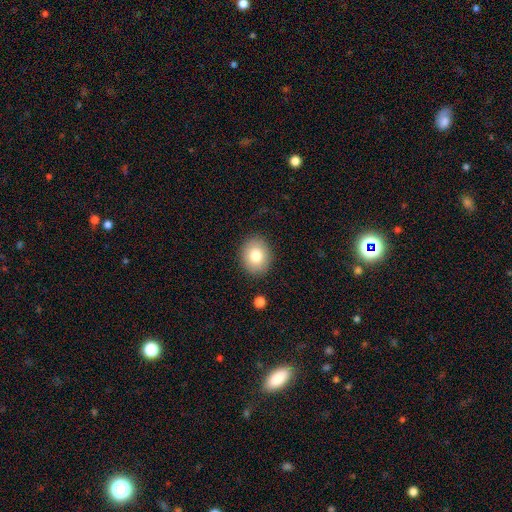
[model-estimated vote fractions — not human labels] This appears to be a smooth galaxy with no disk features (80%) that is round (65%). Merging: none (88%).